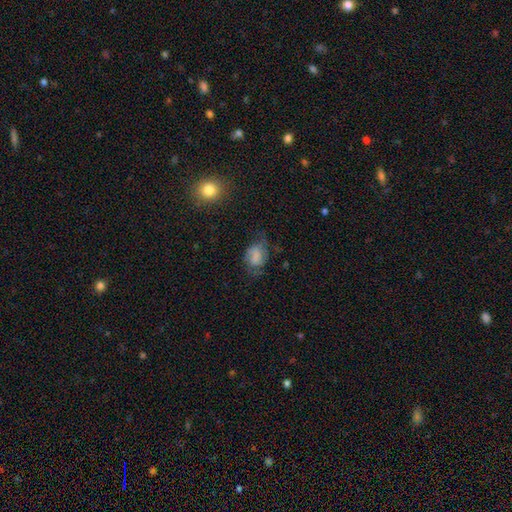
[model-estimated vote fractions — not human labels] Smooth or featured? Predicted: smooth (p=0.64). How rounded? Predicted: in between (p=0.73). Merging? Predicted: none (p=0.45).